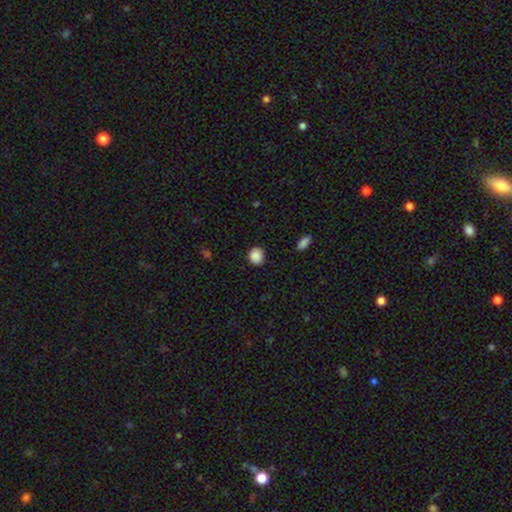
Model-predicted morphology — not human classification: smooth_or_featured: smooth (p=0.88) [alt: star or artifact p=0.08]
how_rounded: round (p=0.75) [alt: in between p=0.24]
merging: none (p=0.87) [alt: minor disturbance p=0.09]